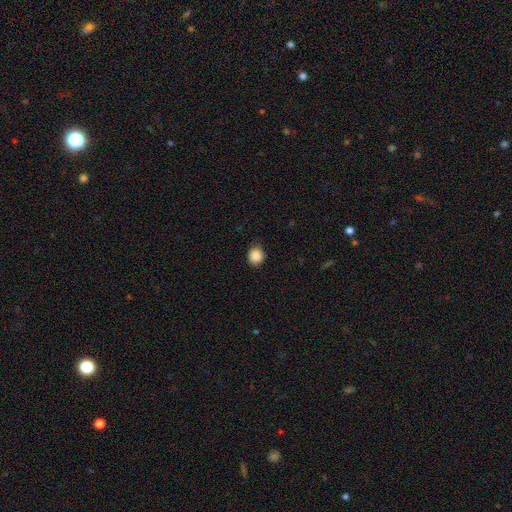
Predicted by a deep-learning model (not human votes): smooth 88%, star or artifact 9%, featured or disk 3%. Down the decision tree: how rounded — round (86%); merging — none (82%).